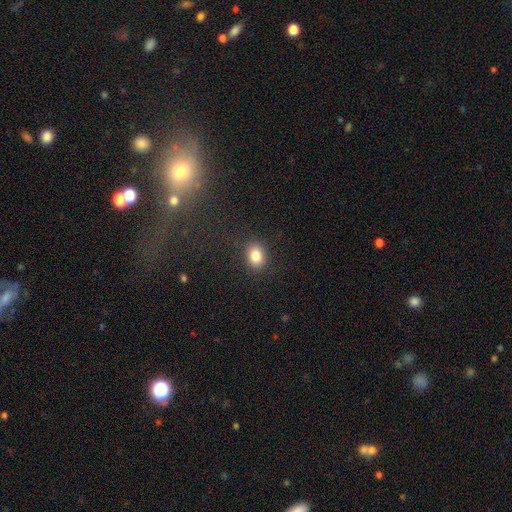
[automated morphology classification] A smooth galaxy with no disk features (83%) that is in between round and cigar-shaped (64%).

Vote fractions:
- Smooth or featured? smooth: 83% / star or artifact: 10% / featured or disk: 7%
- How rounded? in between: 64% / round: 35% / cigar-shaped: 1%
- Merging? none: 88% / minor disturbance: 8% / major disturbance: 3% / merger: 1%